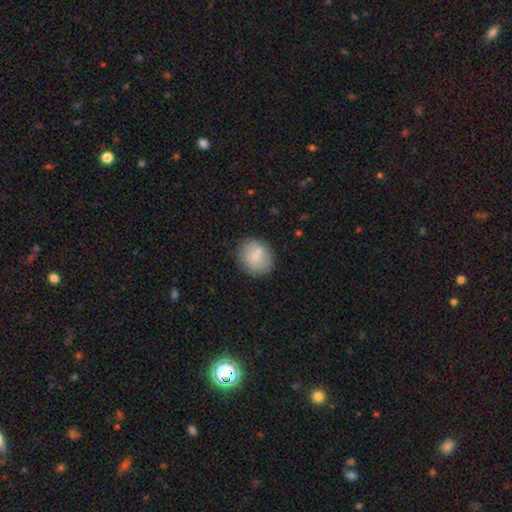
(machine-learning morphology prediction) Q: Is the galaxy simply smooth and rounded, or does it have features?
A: smooth — 70%.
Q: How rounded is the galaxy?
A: round — 79%.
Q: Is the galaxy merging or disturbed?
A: none — 67%.